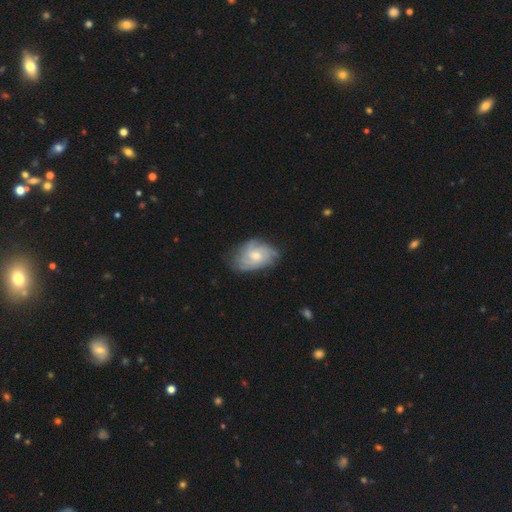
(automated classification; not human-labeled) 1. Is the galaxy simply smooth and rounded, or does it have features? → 67% featured or disk, 26% smooth, 6% star or artifact.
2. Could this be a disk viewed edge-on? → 97% no, 3% yes.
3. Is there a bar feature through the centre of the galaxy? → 69% no, 28% weak, 3% strong.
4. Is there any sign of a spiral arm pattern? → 90% yes, 10% no.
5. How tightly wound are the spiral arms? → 57% tight, 32% medium, 11% loose.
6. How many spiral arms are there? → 48% can't tell, 16% 3, 14% 2, 12% 4, 5% more than 4, 5% 1.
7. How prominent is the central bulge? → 54% moderate, 38% small, 4% large, 3% none, 1% dominant.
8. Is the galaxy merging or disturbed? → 69% none, 22% minor disturbance, 7% major disturbance, 1% merger.